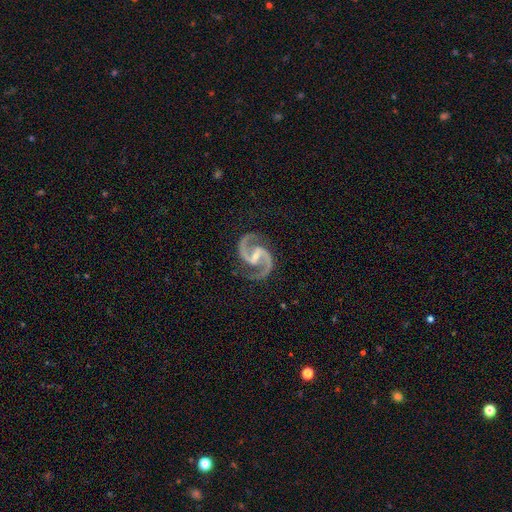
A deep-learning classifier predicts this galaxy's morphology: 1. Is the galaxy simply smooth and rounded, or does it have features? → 95% featured or disk, 4% star or artifact, 2% smooth.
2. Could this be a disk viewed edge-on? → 99% no, 1% yes.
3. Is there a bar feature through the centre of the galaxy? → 44% weak, 31% strong, 26% no.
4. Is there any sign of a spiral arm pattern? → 99% yes, 1% no.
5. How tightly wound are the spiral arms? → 71% medium, 15% loose, 14% tight.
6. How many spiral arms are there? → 95% 2, 1% can't tell, 1% 3, 1% 1, 1% 4, 1% more than 4.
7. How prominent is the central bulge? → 54% small, 29% moderate, 14% none, 2% large, 1% dominant.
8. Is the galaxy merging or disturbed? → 84% none, 11% minor disturbance, 4% major disturbance, 2% merger.